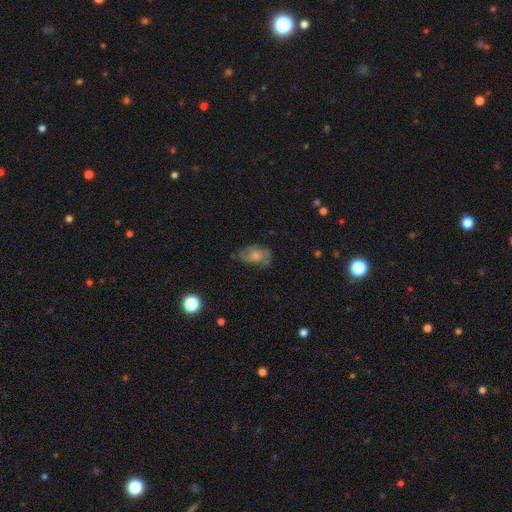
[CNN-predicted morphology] smooth 54%, featured or disk 37%, star or artifact 9%. Down the decision tree: how rounded — in between (89%); merging — none (58%).